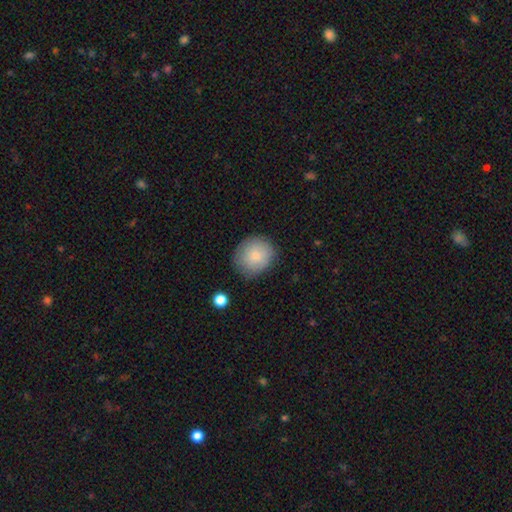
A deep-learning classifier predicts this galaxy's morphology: Smooth or featured? Predicted: smooth (p=0.81). How rounded? Predicted: round (p=0.82). Merging? Predicted: none (p=0.79).